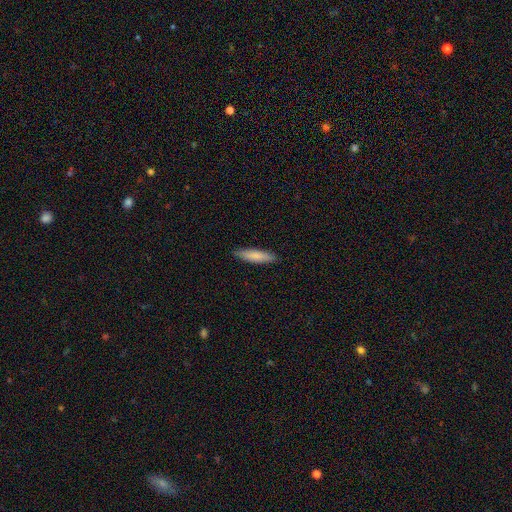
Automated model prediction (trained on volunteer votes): smooth 81%, featured or disk 14%, star or artifact 5%. Down the decision tree: how rounded — cigar-shaped (73%); merging — none (88%).